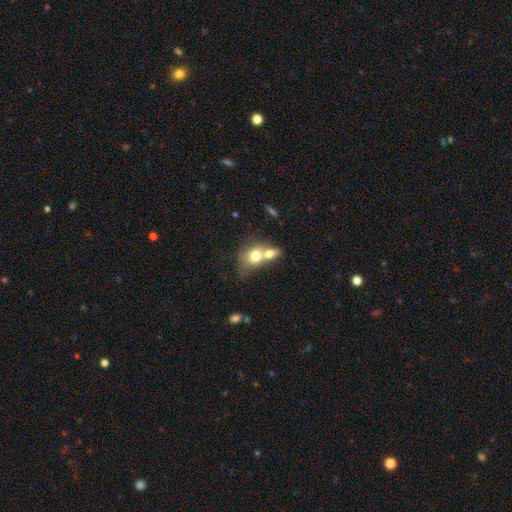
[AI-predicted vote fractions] Morphology: type=smooth (71%); roundness=in between (52%); merging=merger (70%).